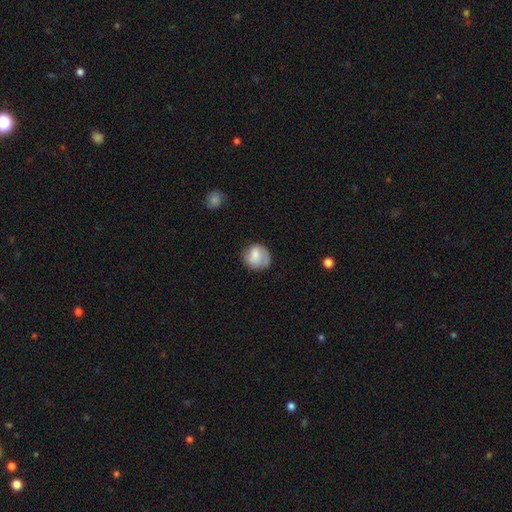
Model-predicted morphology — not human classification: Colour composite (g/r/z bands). It shows a smooth galaxy with no disk features (74%) that is round (77%). Merging: none (62%).